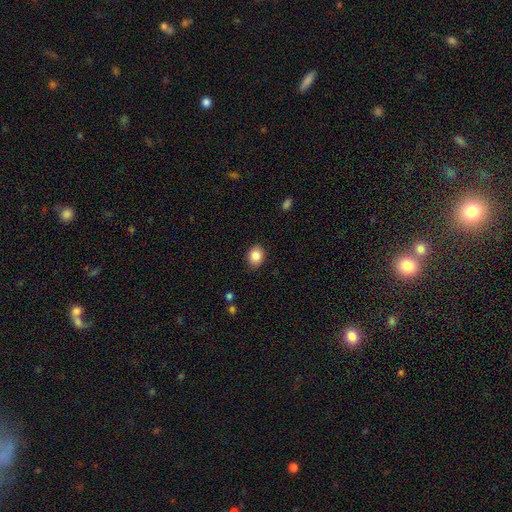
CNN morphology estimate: Smooth or featured: smooth — 85% (star or artifact — 9%)
How rounded: round — 51% (in between — 48%)
Merging: none — 87% (minor disturbance — 9%)